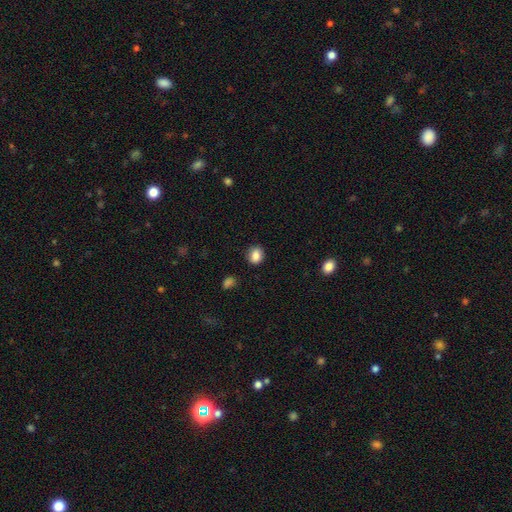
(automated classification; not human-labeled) smooth 86%, star or artifact 9%, featured or disk 5%. Down the decision tree: how rounded — round (54%); merging — none (83%).